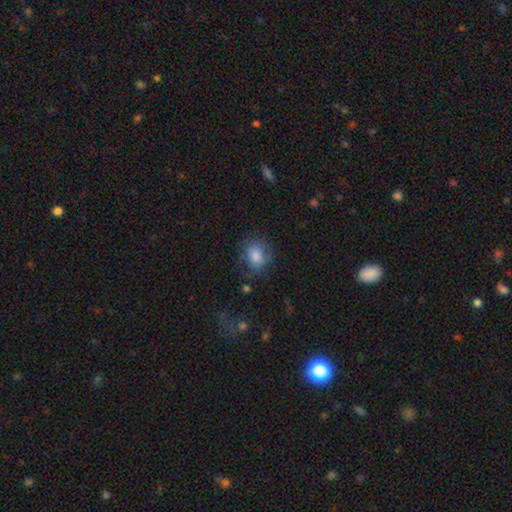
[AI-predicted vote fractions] A smooth galaxy with no disk features (78%) that is round (63%).

Vote fractions:
- Smooth or featured? smooth: 78% / featured or disk: 13% / star or artifact: 9%
- How rounded? round: 63% / in between: 36% / cigar-shaped: 1%
- Merging? none: 63% / minor disturbance: 23% / major disturbance: 12% / merger: 2%